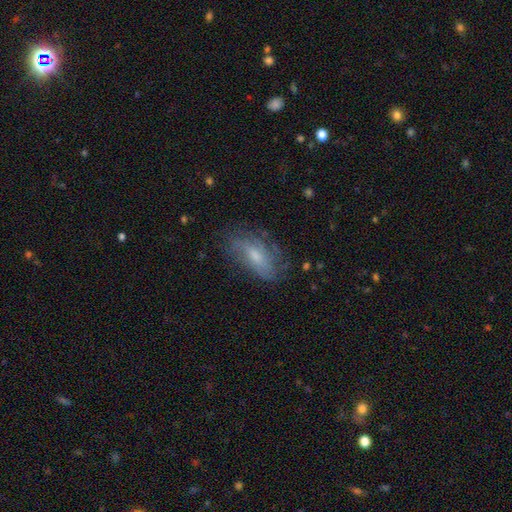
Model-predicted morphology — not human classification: A featured or disk galaxy (55%). Merging: none (65%).